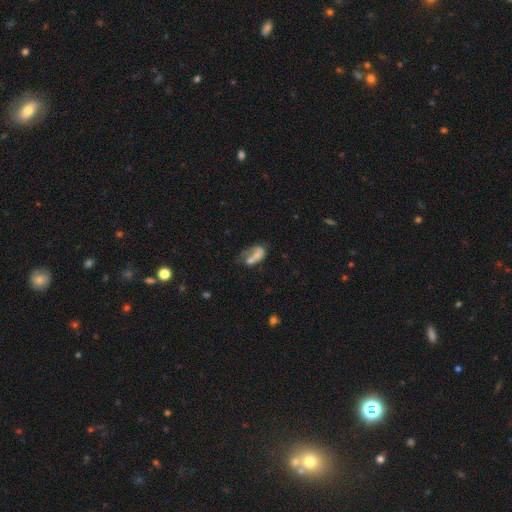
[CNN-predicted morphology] type=smooth (49%); merging=major disturbance (33%).